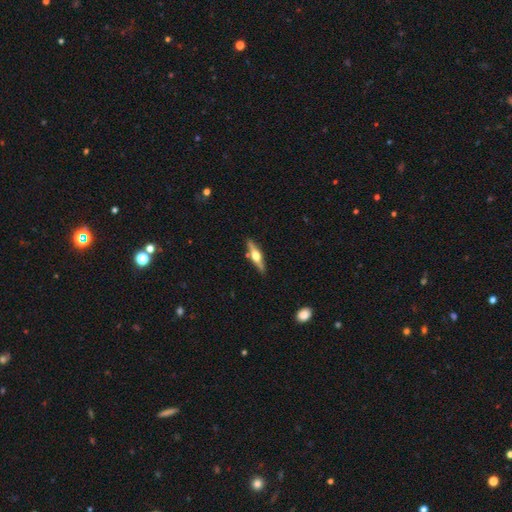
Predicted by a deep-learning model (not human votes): Smooth or featured: featured or disk — 69% (smooth — 25%)
Edge-on disk: yes — 97% (no — 3%)
Edge-on bulge: rounded — 95% (boxy — 3%)
Merging: none — 87% (minor disturbance — 8%)